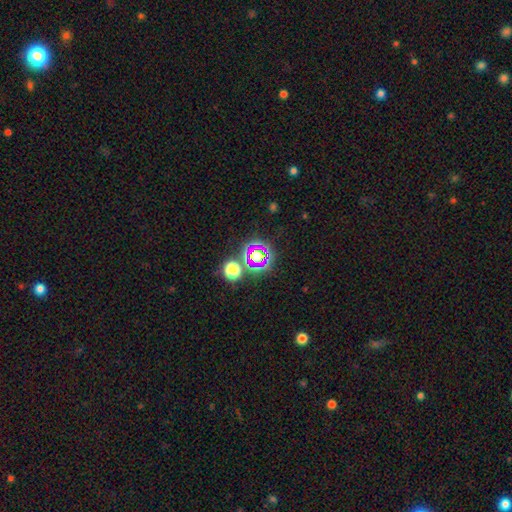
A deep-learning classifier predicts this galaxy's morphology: smooth_or_featured: star or artifact (p=0.60) [alt: smooth p=0.27]